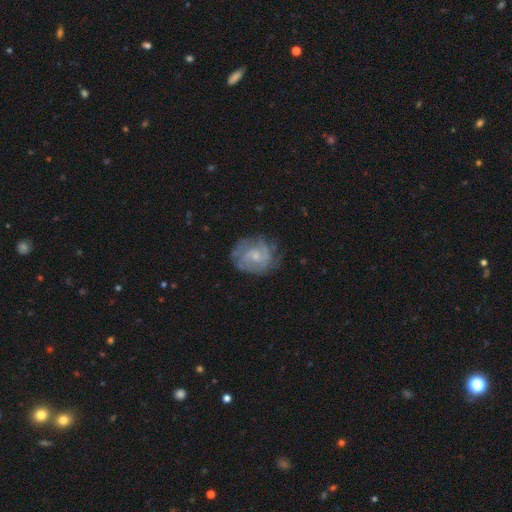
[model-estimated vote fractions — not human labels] A featured or disk galaxy (76%) with no bar (52%), 2 (48%) tight (52%) spiral arms (90%) and a small central bulge (52%).

Vote fractions:
- Smooth or featured? featured or disk: 76% / smooth: 18% / star or artifact: 6%
- Edge-on disk? no: 98% / yes: 2%
- Bar? no: 52% / weak: 42% / strong: 6%
- Spiral arms? yes: 90% / no: 10%
- Spiral winding? tight: 52% / medium: 37% / loose: 11%
- Spiral arm count? 2: 48% / can't tell: 27% / 3: 13% / 1: 4% / 4: 4% / more than 4: 3%
- Bulge size? small: 52% / moderate: 35% / none: 10% / large: 2% / dominant: 1%
- Merging? none: 69% / minor disturbance: 20% / major disturbance: 9% / merger: 1%